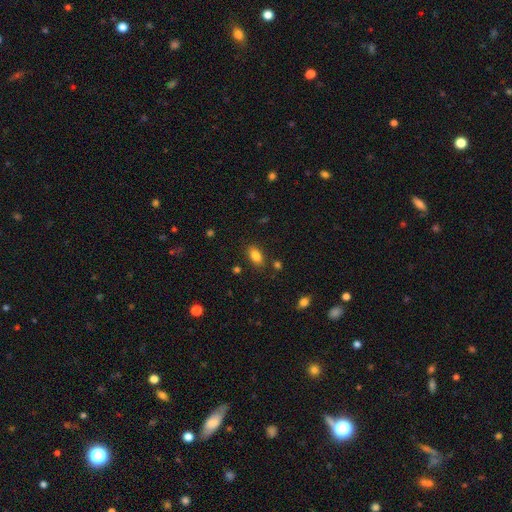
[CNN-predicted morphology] smooth 83%, star or artifact 9%, featured or disk 7%. Down the decision tree: how rounded — in between (88%); merging — none (83%).